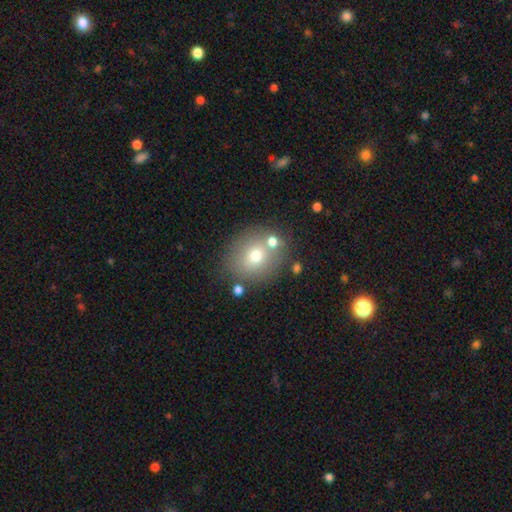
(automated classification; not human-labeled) smooth 68%, featured or disk 18%, star or artifact 14%. Down the decision tree: how rounded — round (72%); merging — none (71%).